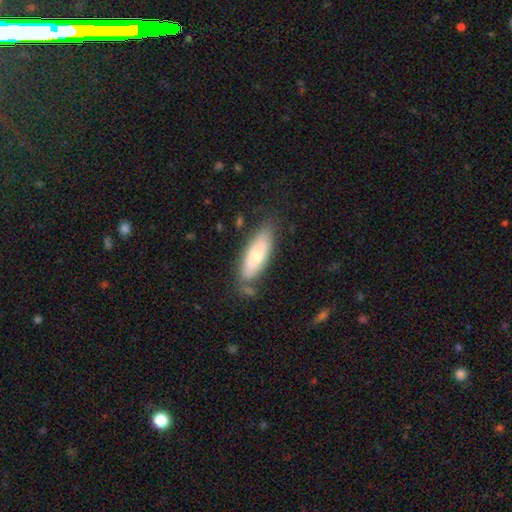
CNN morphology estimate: smooth 60%, featured or disk 31%, star or artifact 9%. Down the decision tree: how rounded — in between (54%); merging — none (74%).